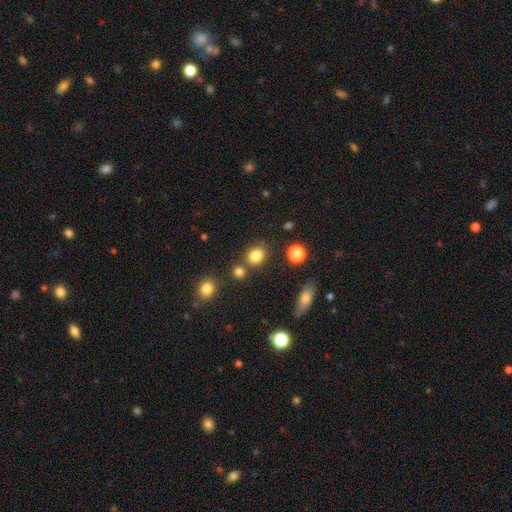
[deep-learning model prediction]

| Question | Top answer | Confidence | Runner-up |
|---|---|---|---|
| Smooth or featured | smooth | 82% | star or artifact (13%) |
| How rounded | round | 66% | in between (33%) |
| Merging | none | 72% | merger (14%) |